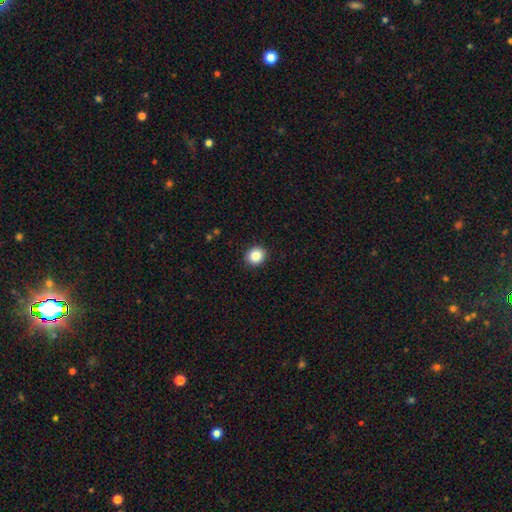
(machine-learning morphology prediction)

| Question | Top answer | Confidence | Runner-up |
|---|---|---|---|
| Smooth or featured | smooth | 87% | star or artifact (9%) |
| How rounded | round | 85% | in between (14%) |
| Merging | none | 91% | minor disturbance (6%) |